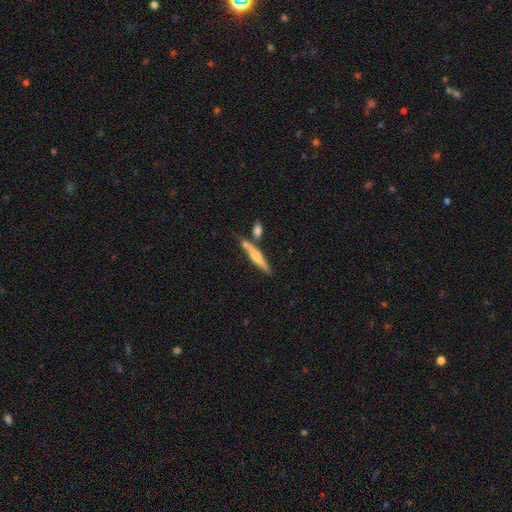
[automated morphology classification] Smooth or featured: featured or disk — 51% (smooth — 43%)
Edge-on disk: yes — 93% (no — 7%)
Merging: none — 59% (merger — 23%)